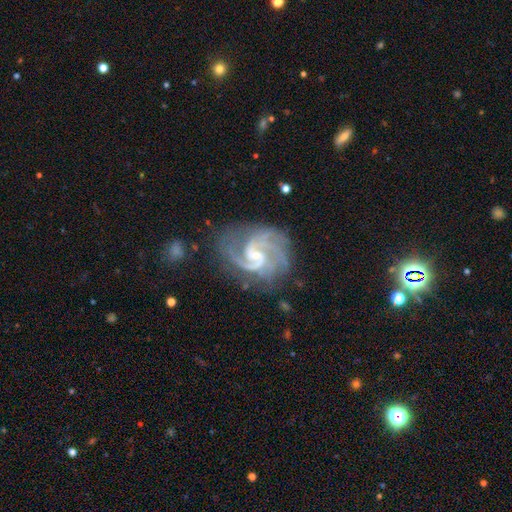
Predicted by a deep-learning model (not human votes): Smooth or featured? Predicted: featured or disk (p=0.92). Edge-on disk? Predicted: no (p=0.98). Bar? Predicted: weak (p=0.52). Spiral arms? Predicted: yes (p=0.98). Spiral winding? Predicted: medium (p=0.54). Spiral arm count? Predicted: 2 (p=0.46). Bulge size? Predicted: small (p=0.68). Merging? Predicted: none (p=0.71).